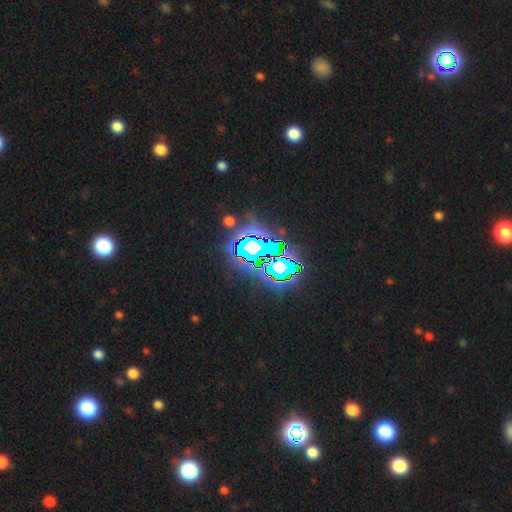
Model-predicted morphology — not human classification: Smooth or featured: star or artifact — 82% (smooth — 10%)